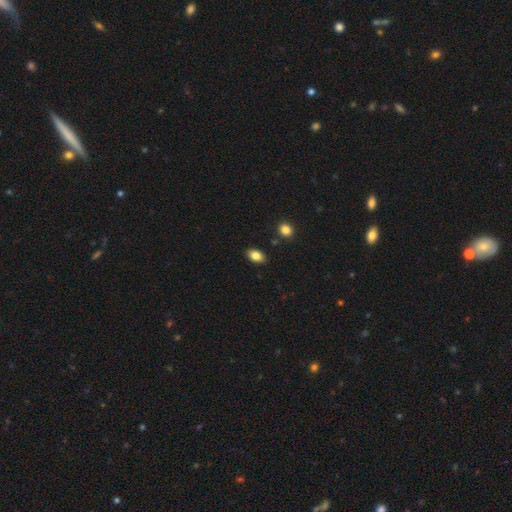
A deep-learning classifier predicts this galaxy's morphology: Smooth or featured?
  - smooth: 84% *
  - star or artifact: 8%
  - featured or disk: 8%
How rounded?
  - in between: 87% *
  - round: 12%
  - cigar-shaped: 2%
Merging?
  - none: 86% *
  - minor disturbance: 9%
  - merger: 2%
  - major disturbance: 2%